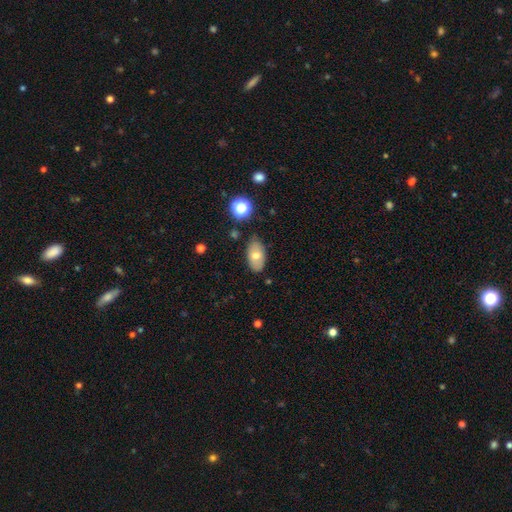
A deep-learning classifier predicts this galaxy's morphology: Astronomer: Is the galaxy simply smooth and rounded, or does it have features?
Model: smooth — 69%.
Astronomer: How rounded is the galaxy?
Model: in between — 92%.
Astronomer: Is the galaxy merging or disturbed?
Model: none — 77%.